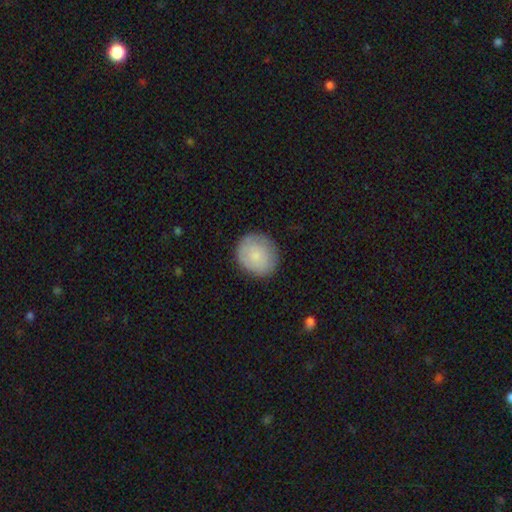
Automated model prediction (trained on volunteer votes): Smooth or featured?
  - smooth: 80% *
  - featured or disk: 14%
  - star or artifact: 6%
How rounded?
  - round: 78% *
  - in between: 21%
  - cigar-shaped: 1%
Merging?
  - none: 85% *
  - minor disturbance: 12%
  - major disturbance: 3%
  - merger: 1%